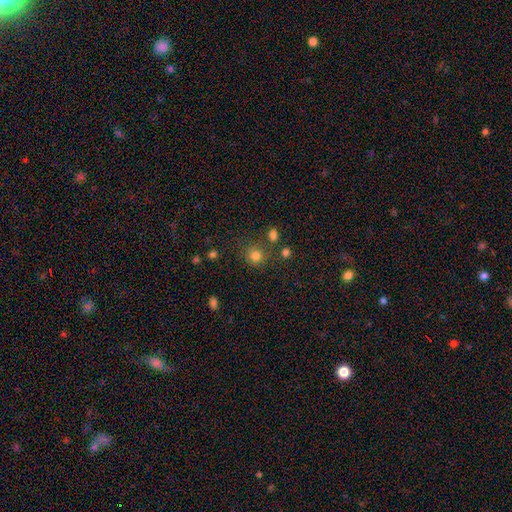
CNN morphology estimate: type=smooth (80%); roundness=round (88%); merging=none (77%).